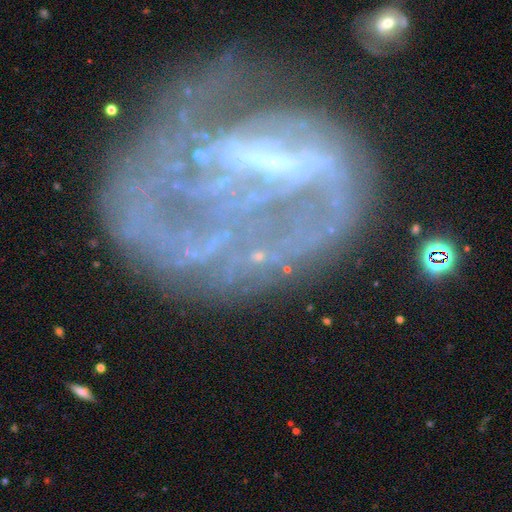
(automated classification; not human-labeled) smooth_or_featured: featured or disk (p=0.78) [alt: smooth p=0.11]
disk_edge_on: no (p=0.97) [alt: yes p=0.03]
bar: strong (p=0.37) [alt: weak p=0.35]
has_spiral_arms: yes (p=0.66) [alt: no p=0.34]
spiral_winding: loose (p=0.37) [alt: medium p=0.34]
spiral_arm_count: can't tell (p=0.29) [tied with: 2 p=0.29]
bulge_size: none (p=0.44) [alt: small p=0.37]
merging: major disturbance (p=0.44) [alt: none p=0.30]